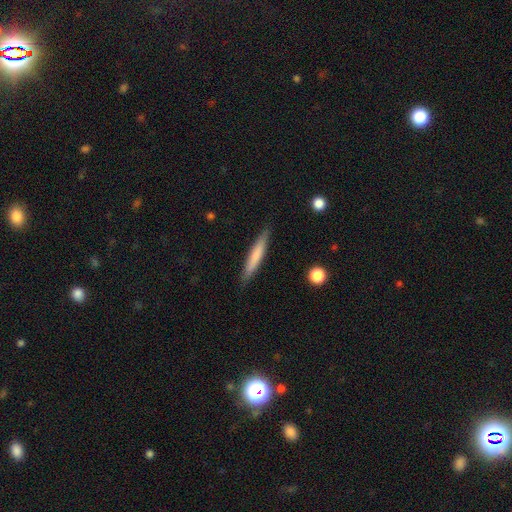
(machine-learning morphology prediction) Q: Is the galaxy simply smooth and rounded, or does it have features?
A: smooth — 66%.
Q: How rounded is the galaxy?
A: cigar-shaped — 94%.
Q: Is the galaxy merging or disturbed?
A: none — 88%.